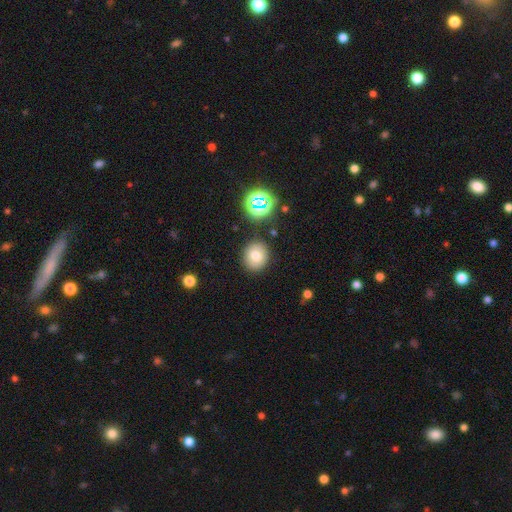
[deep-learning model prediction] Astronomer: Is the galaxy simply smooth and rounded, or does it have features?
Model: smooth — 73%.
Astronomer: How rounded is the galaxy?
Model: round — 72%.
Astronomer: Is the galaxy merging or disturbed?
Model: none — 85%.